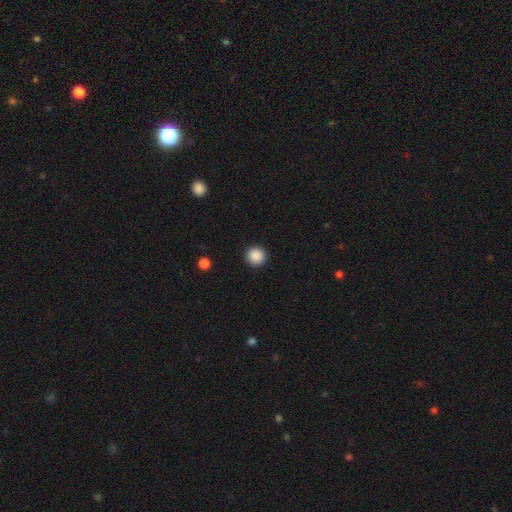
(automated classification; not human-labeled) This is clearly a smooth galaxy (89%). How rounded: clearly round (95%). Merging: clearly none (93%).